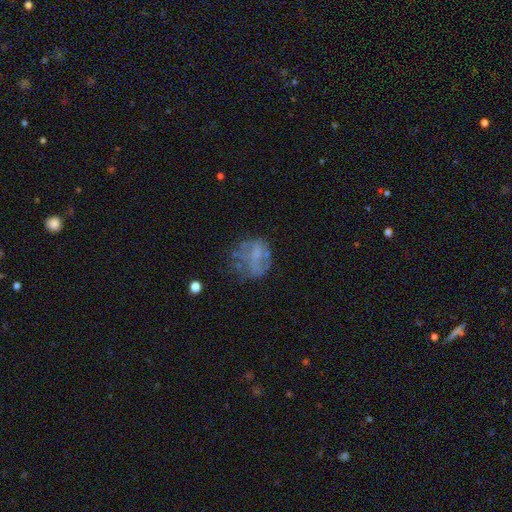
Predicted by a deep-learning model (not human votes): Smooth or featured: featured or disk — 49% (smooth — 37%)
Merging: none — 47% (major disturbance — 26%)